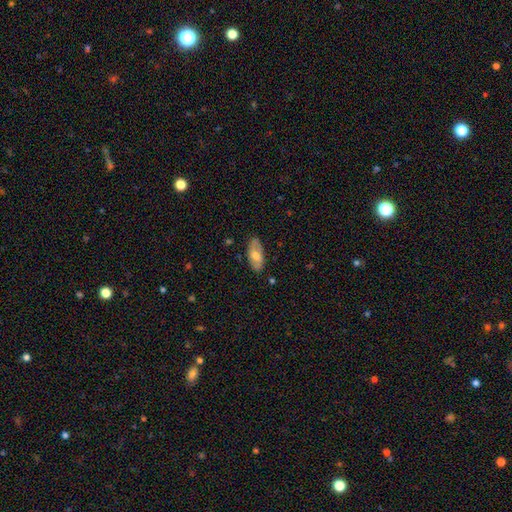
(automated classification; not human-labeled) smooth 53%, featured or disk 42%, star or artifact 6%. Down the decision tree: how rounded — in between (90%); merging — none (82%).